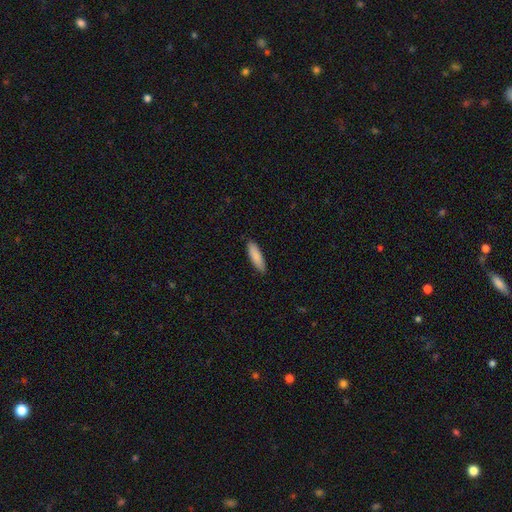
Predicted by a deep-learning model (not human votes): Smooth or featured? Predicted: smooth (p=0.87). How rounded? Predicted: cigar-shaped (p=0.63). Merging? Predicted: none (p=0.87).